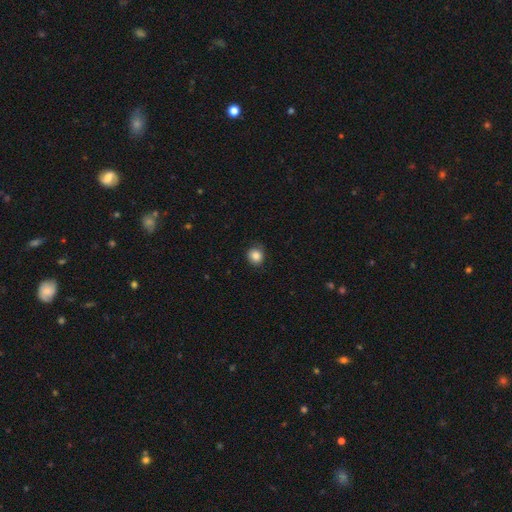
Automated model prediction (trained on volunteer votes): Smooth or featured? smooth (85%)
How rounded? round (80%)
Merging? none (82%)